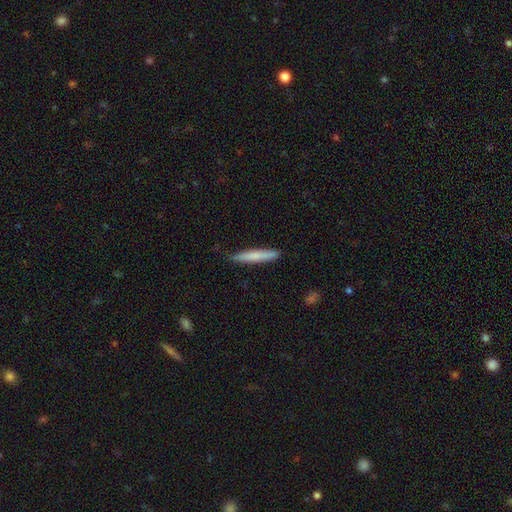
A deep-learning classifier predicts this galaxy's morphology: A smooth galaxy with no disk features (73%) that is cigar-shaped (95%). Merging: none (84%).